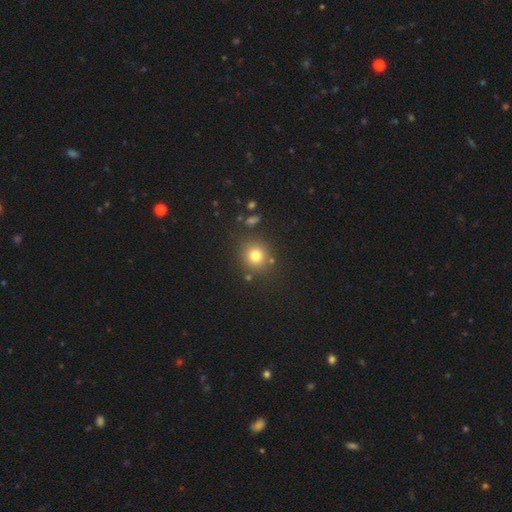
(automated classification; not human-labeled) smooth_or_featured: smooth (p=0.77) [alt: star or artifact p=0.15]
how_rounded: round (p=0.89) [alt: in between p=0.11]
merging: none (p=0.83) [alt: minor disturbance p=0.09]